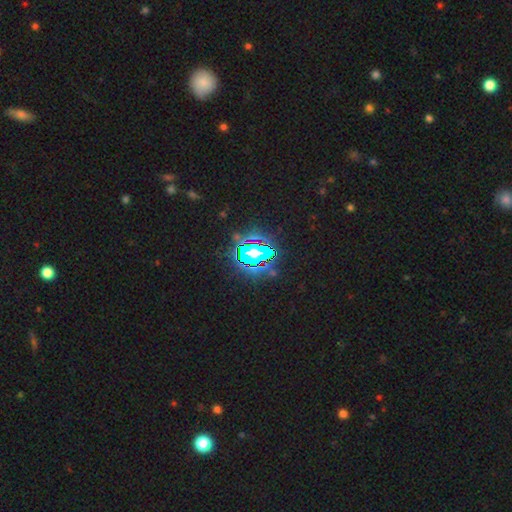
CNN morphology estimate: Smooth or featured? star or artifact (68%)